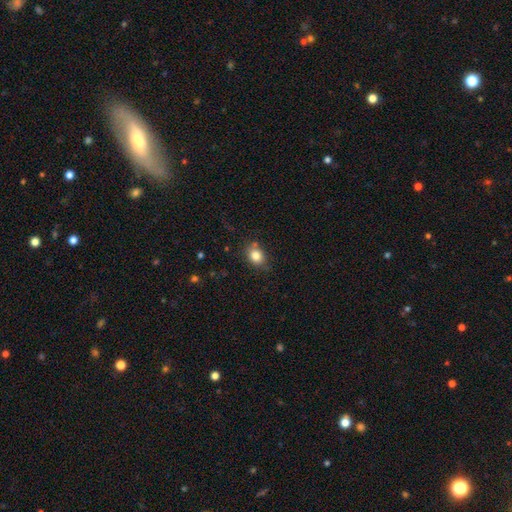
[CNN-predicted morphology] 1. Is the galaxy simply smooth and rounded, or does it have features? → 83% smooth, 10% star or artifact, 7% featured or disk.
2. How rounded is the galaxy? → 51% in between, 48% round, 1% cigar-shaped.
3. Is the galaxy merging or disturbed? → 74% none, 17% minor disturbance, 5% merger, 4% major disturbance.